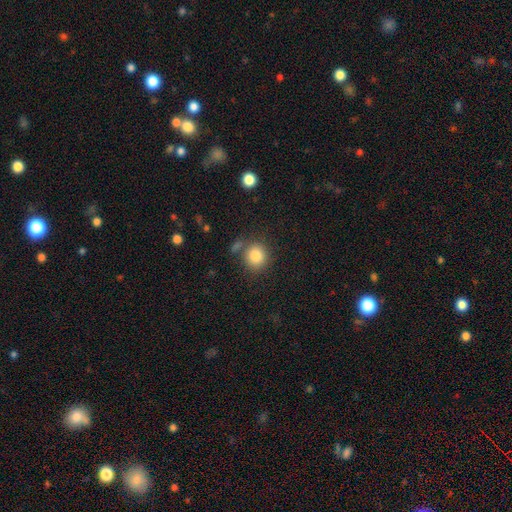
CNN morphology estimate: This appears to be a smooth galaxy with no disk features (84%) that is round (84%). Merging: none (74%).